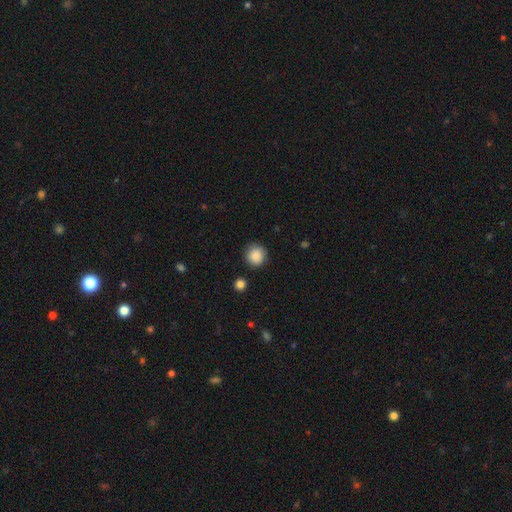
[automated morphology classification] smooth-or-featured: smooth: 88% | star or artifact: 9% | featured or disk: 4%
  how-rounded: round: 91% | in between: 9% | cigar-shaped: 1%
  merging: none: 85% | minor disturbance: 10% | major disturbance: 3% | merger: 2%